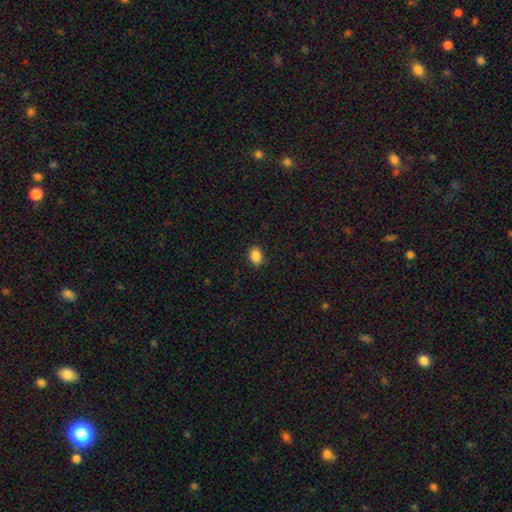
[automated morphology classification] The model was most divided on "how rounded": in between: 65%, round: 34%, cigar-shaped: 1%. More confident: smooth or featured — smooth (87%); merging — none (85%).